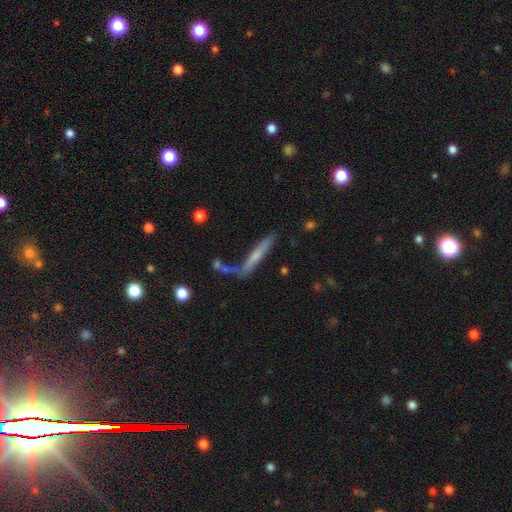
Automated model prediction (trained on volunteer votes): Smooth or featured? smooth (49%)
Merging? none (63%)